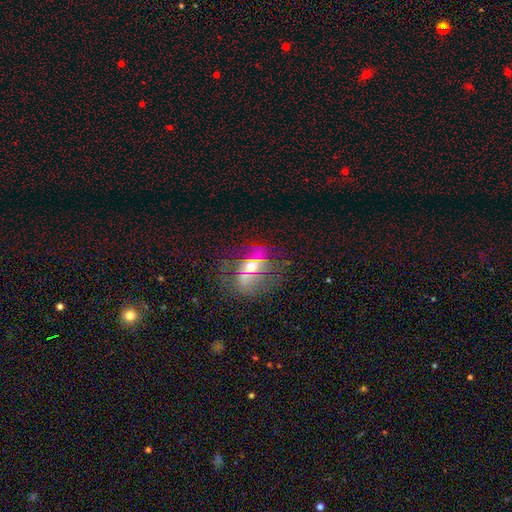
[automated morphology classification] Smooth or featured? featured or disk (55%)
Edge-on disk? no (86%)
Merging? none (56%)